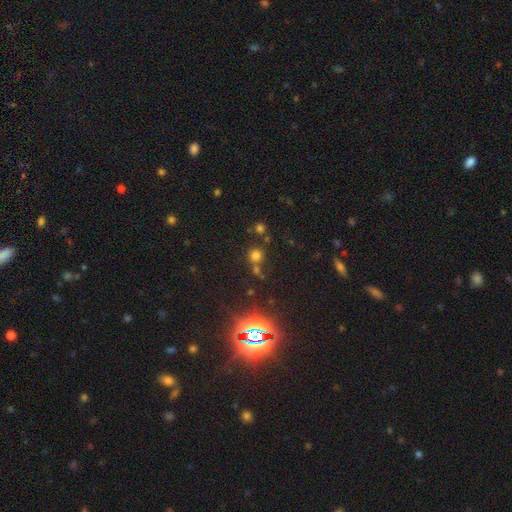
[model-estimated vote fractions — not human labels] A smooth galaxy with no disk features (62%) that is round (91%).

Vote fractions:
- Smooth or featured? smooth: 62% / star or artifact: 29% / featured or disk: 9%
- How rounded? round: 91% / in between: 8% / cigar-shaped: 1%
- Merging? none: 64% / merger: 23% / minor disturbance: 8% / major disturbance: 4%